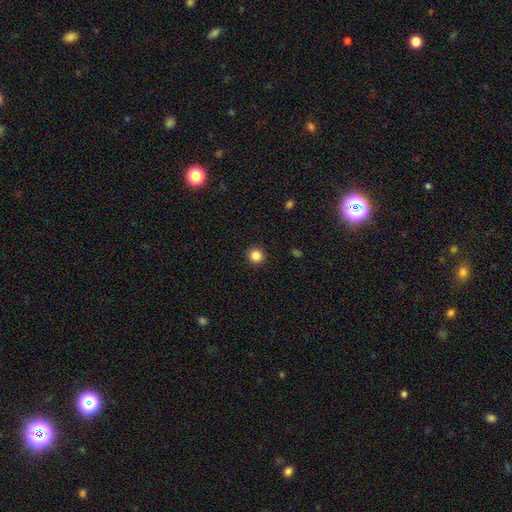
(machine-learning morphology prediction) type=smooth (85%); roundness=round (94%); merging=none (93%).